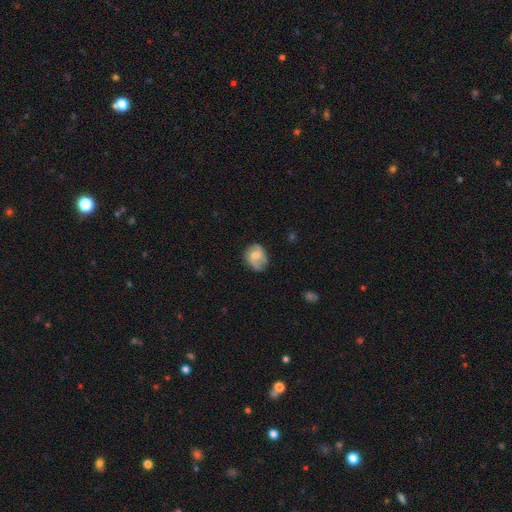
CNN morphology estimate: Smooth or featured? smooth (50%)
Merging? none (60%)